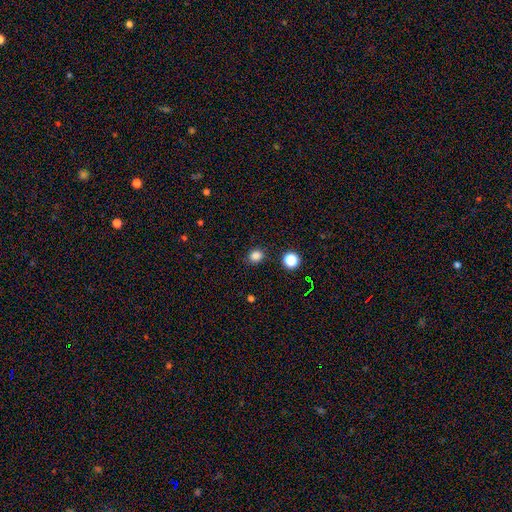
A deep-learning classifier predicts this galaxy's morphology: type=smooth (83%); roundness=round (73%); merging=none (86%).